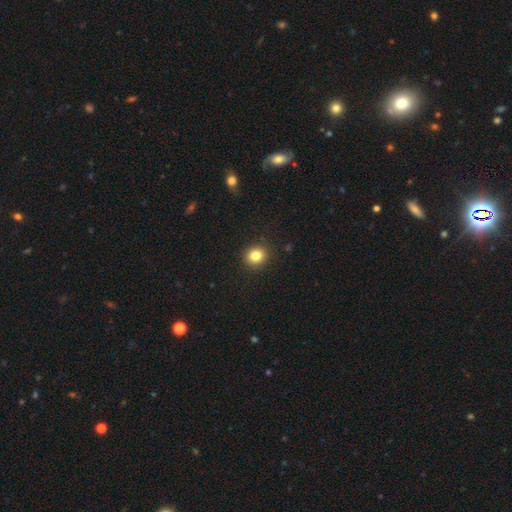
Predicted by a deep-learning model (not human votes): smooth_or_featured: smooth (p=0.83) [alt: star or artifact p=0.11]
how_rounded: round (p=0.78) [alt: in between p=0.21]
merging: none (p=0.90) [alt: minor disturbance p=0.07]